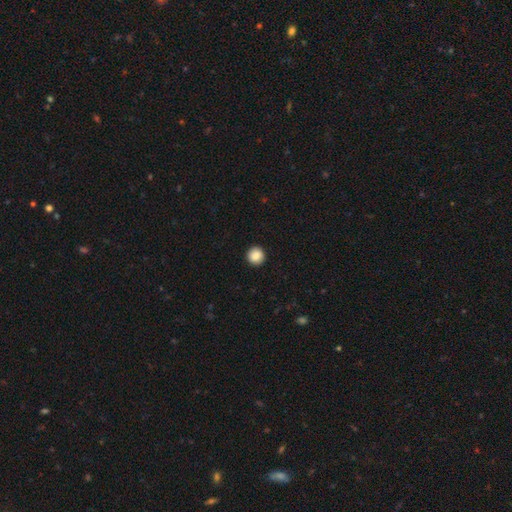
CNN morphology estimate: Overall: smooth (88%). How rounded: round (94%). Merging: none (92%).